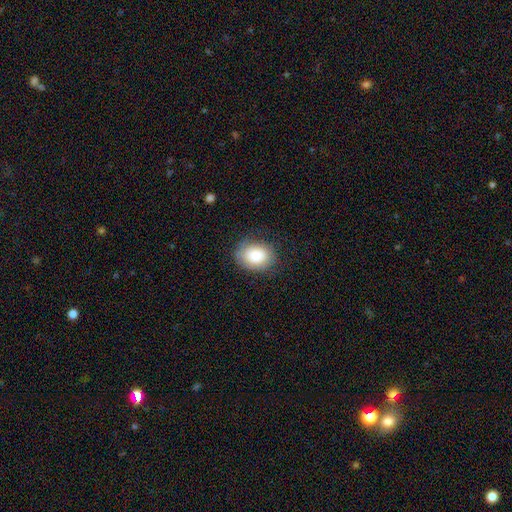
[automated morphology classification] Smooth or featured: smooth — 84% (featured or disk — 8%)
How rounded: in between — 66% (round — 33%)
Merging: none — 77% (minor disturbance — 17%)